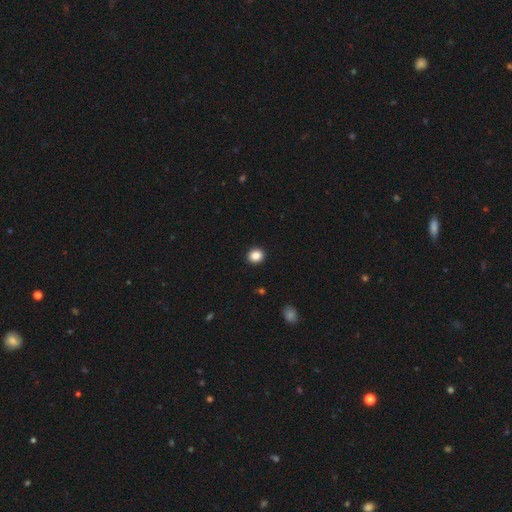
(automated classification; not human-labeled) smooth 87%, star or artifact 10%, featured or disk 3%. Down the decision tree: how rounded — round (80%); merging — none (92%).